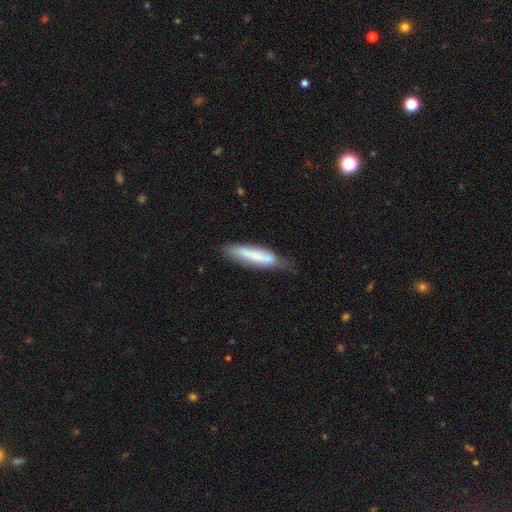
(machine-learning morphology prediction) This appears to be a smooth galaxy with no disk features (69%) that is cigar-shaped (80%). Merging: none (53%).